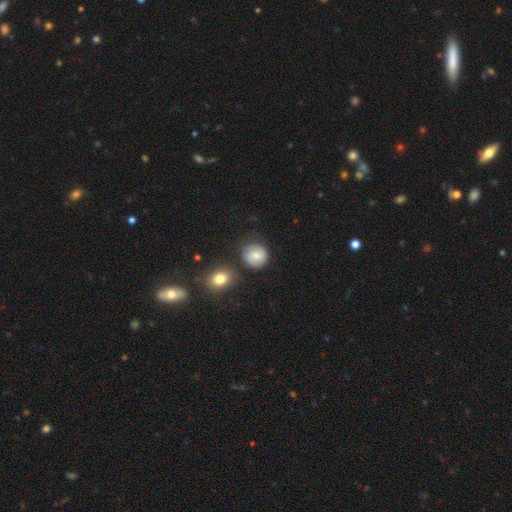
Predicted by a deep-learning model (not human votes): Morphology: type=smooth (77%); roundness=round (84%); merging=none (69%).